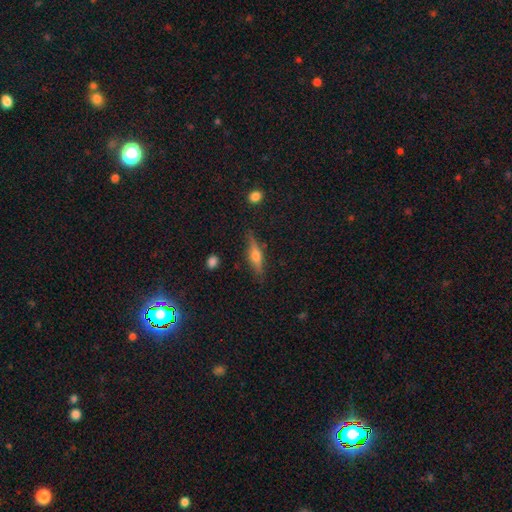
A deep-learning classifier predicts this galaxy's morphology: smooth_or_featured: featured or disk (p=0.55) [alt: smooth p=0.37]
disk_edge_on: yes (p=0.94) [alt: no p=0.06]
edge_on_bulge: rounded (p=0.89) [alt: boxy p=0.07]
merging: none (p=0.84) [alt: minor disturbance p=0.12]